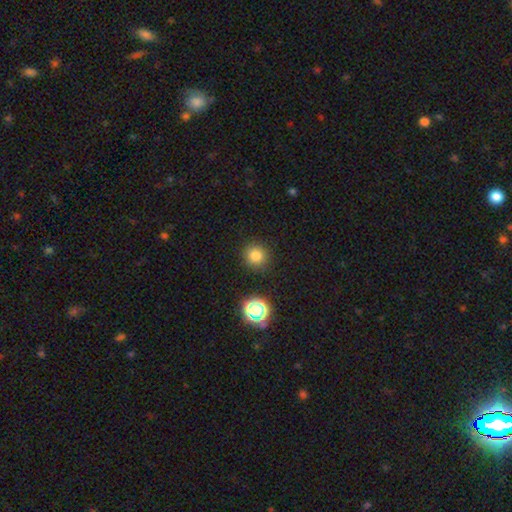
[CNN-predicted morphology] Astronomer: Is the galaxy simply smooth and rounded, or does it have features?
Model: smooth — 79%.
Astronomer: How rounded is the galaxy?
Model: round — 93%.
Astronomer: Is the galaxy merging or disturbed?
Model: none — 89%.